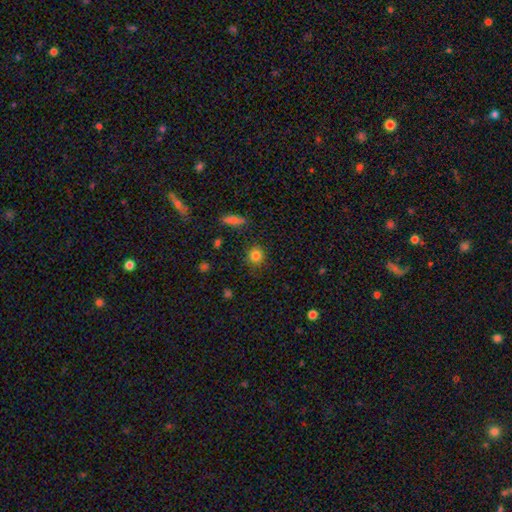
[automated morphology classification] Overall: smooth (82%). How rounded: round (87%). Merging: none (86%).